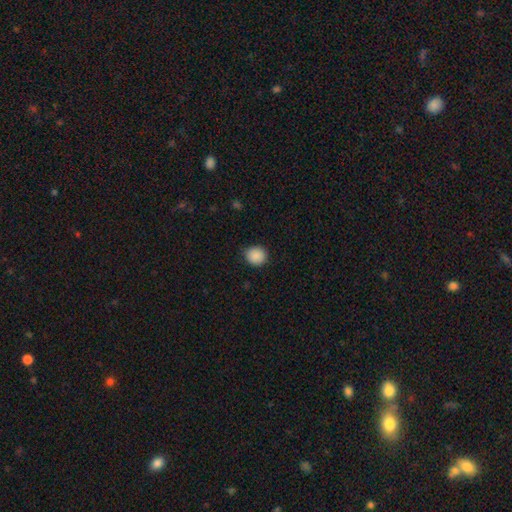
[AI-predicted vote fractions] smooth_or_featured: smooth (p=0.89) [alt: star or artifact p=0.08]
how_rounded: round (p=0.86) [alt: in between p=0.13]
merging: none (p=0.88) [alt: minor disturbance p=0.09]